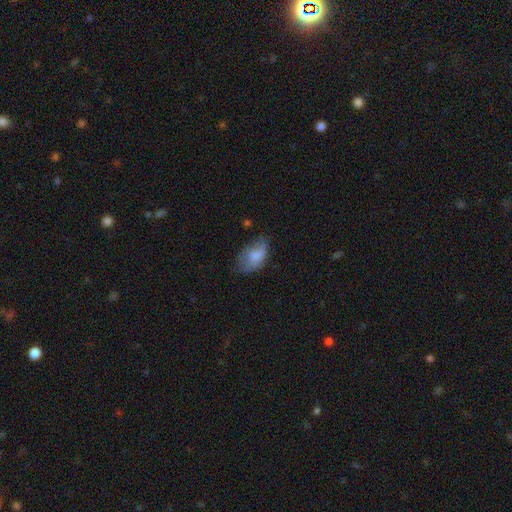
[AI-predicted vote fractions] smooth 71%, featured or disk 20%, star or artifact 9%. Down the decision tree: how rounded — in between (91%); merging — none (43%).